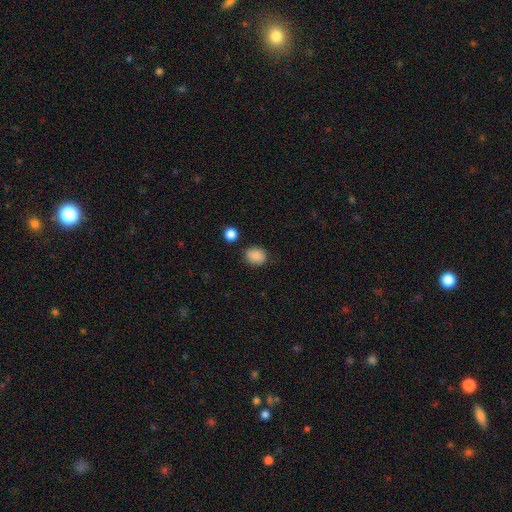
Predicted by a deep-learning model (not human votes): This appears to be a smooth galaxy with no disk features (86%) that is round (55%). Merging: none (82%).